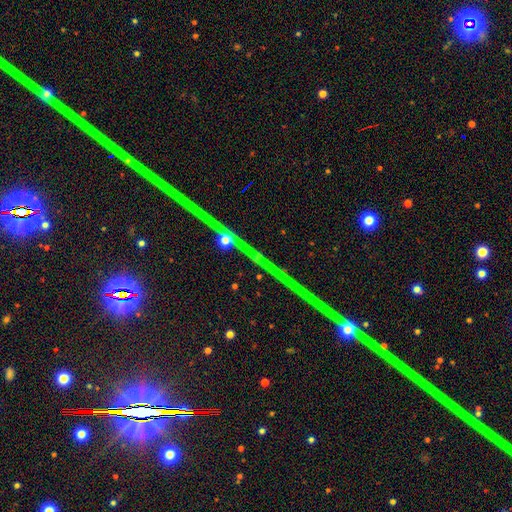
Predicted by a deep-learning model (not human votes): A star or artifact, not a galaxy (81%).